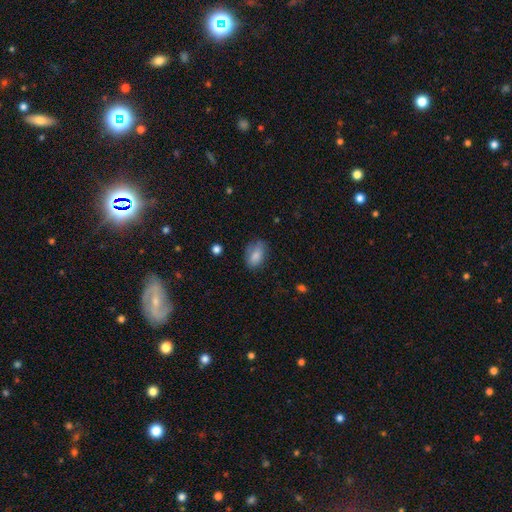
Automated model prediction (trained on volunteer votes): A smooth galaxy with no disk features (83%) that is in between round and cigar-shaped (88%).

Vote fractions:
- Smooth or featured? smooth: 83% / featured or disk: 9% / star or artifact: 8%
- How rounded? in between: 88% / round: 10% / cigar-shaped: 2%
- Merging? none: 68% / minor disturbance: 24% / major disturbance: 6% / merger: 2%